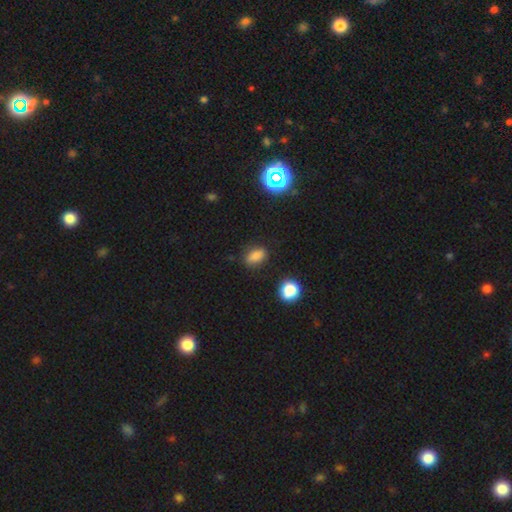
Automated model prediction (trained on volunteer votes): This appears to be a smooth galaxy with no disk features (81%) that is in between round and cigar-shaped (81%). Merging: none (82%).